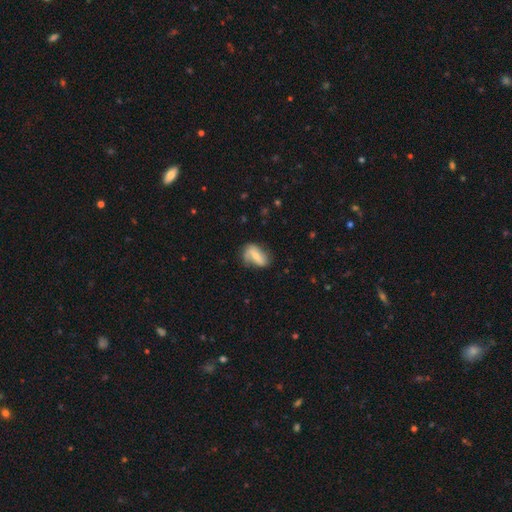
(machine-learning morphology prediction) Q: Smooth or featured?
A: featured or disk (51%); runner-up: smooth (42%)
Q: Edge-on disk?
A: no (93%); runner-up: yes (7%)
Q: Merging?
A: none (57%); runner-up: minor disturbance (28%)